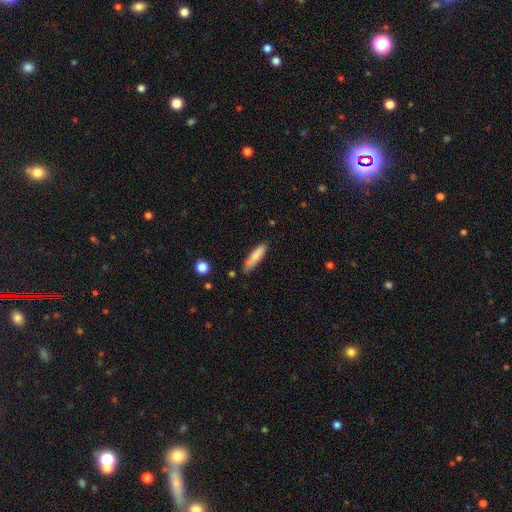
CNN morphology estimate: smooth-or-featured: smooth: 82% | featured or disk: 12% | star or artifact: 6%
  how-rounded: cigar-shaped: 72% | in between: 27% | round: 1%
  merging: none: 76% | minor disturbance: 18% | merger: 3% | major disturbance: 3%